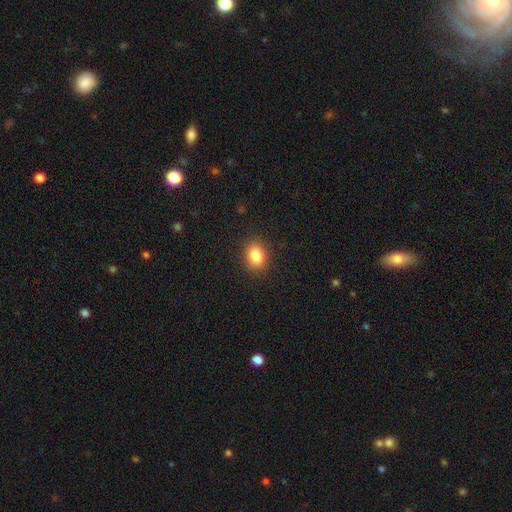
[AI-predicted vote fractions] Morphology: type=smooth (84%); roundness=in between (54%); merging=none (89%).